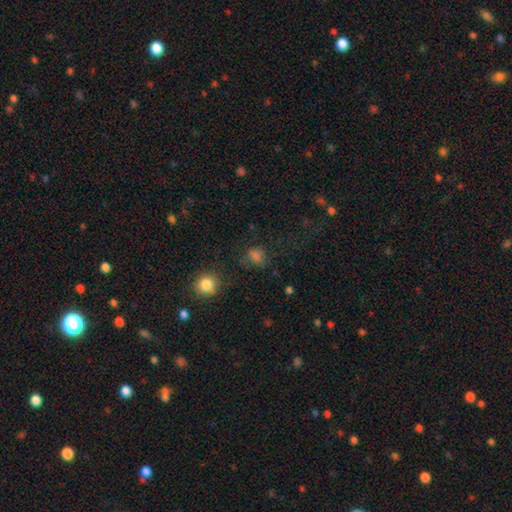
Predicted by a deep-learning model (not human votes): Smooth or featured?
  - smooth: 65% *
  - star or artifact: 26%
  - featured or disk: 8%
How rounded?
  - round: 71% *
  - in between: 28%
  - cigar-shaped: 1%
Merging?
  - none: 68% *
  - minor disturbance: 16%
  - major disturbance: 12%
  - merger: 3%